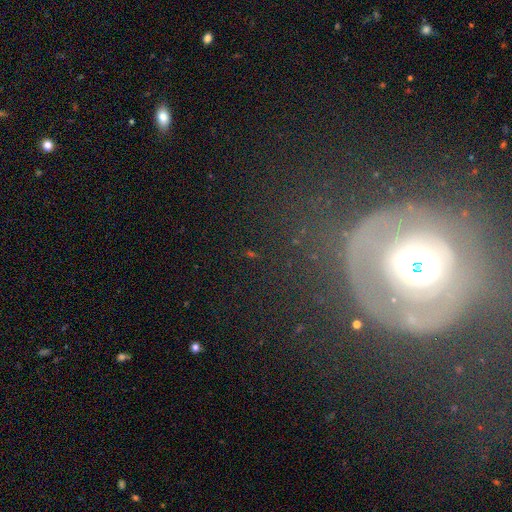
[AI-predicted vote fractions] A featured or disk galaxy (56%).

Vote fractions:
- Smooth or featured? featured or disk: 56% / star or artifact: 24% / smooth: 19%
- Edge-on disk? no: 87% / yes: 13%
- Merging? none: 64% / major disturbance: 16% / minor disturbance: 15% / merger: 5%